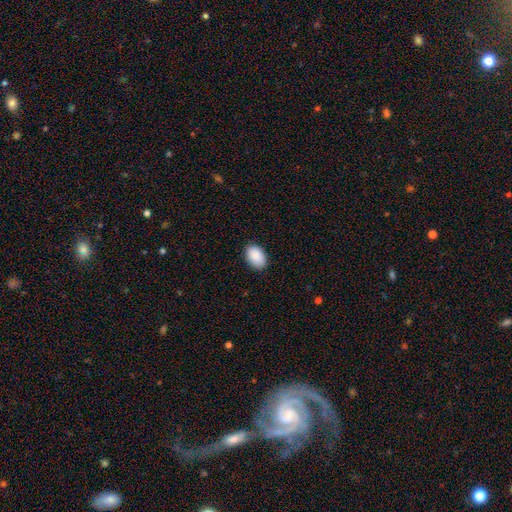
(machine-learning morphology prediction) smooth 90%, star or artifact 7%, featured or disk 3%. Down the decision tree: how rounded — in between (88%); merging — none (87%).